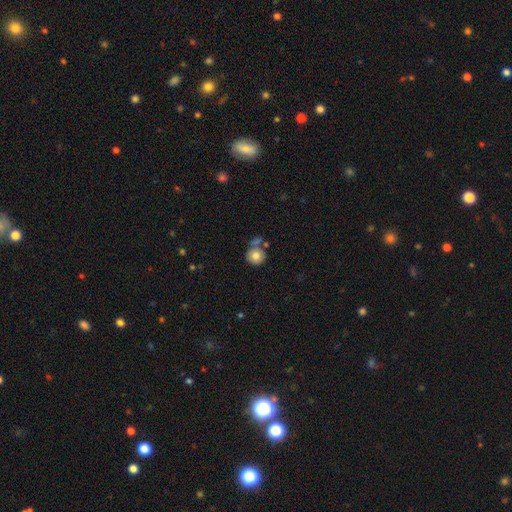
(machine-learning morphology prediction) Smooth or featured: smooth — 76% (featured or disk — 15%)
How rounded: round — 91% (in between — 8%)
Merging: none — 63% (merger — 19%)